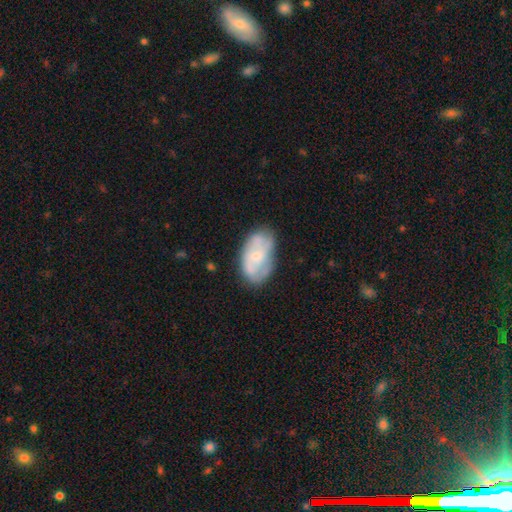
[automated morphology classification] This is possibly a featured or disk galaxy (56%). It is clearly not viewed edge-on (96%). Bar: likely no (72%). Spiral arm pattern: likely yes (63%). Central bulge: possibly small (60%). Merging: likely none (62%).